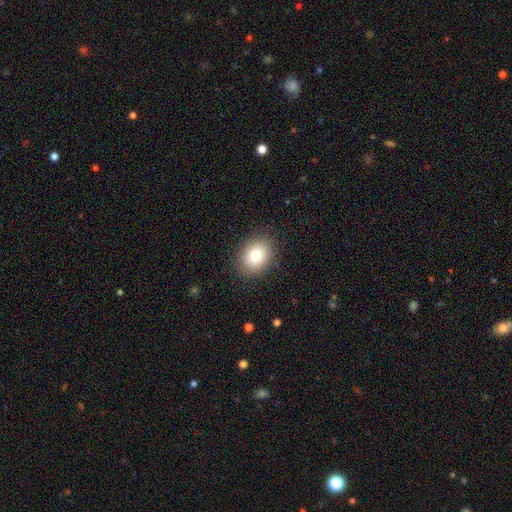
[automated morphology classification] A smooth galaxy with no disk features (81%) that is in between round and cigar-shaped (60%).

Vote fractions:
- Smooth or featured? smooth: 81% / featured or disk: 9% / star or artifact: 9%
- How rounded? in between: 60% / round: 39% / cigar-shaped: 1%
- Merging? none: 87% / minor disturbance: 9% / major disturbance: 3% / merger: 1%